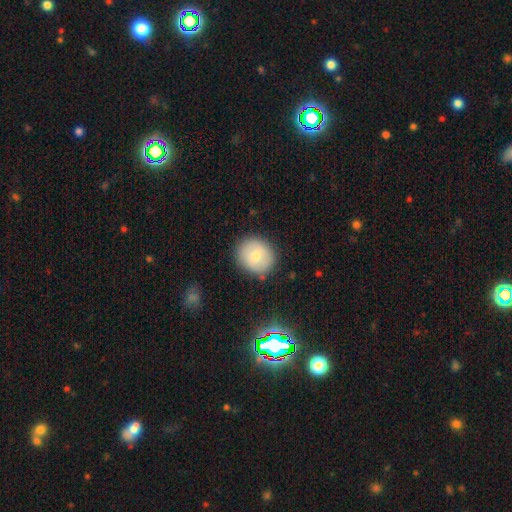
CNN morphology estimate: This is likely a smooth galaxy (74%). How rounded: clearly round (81%). Merging: clearly none (84%).